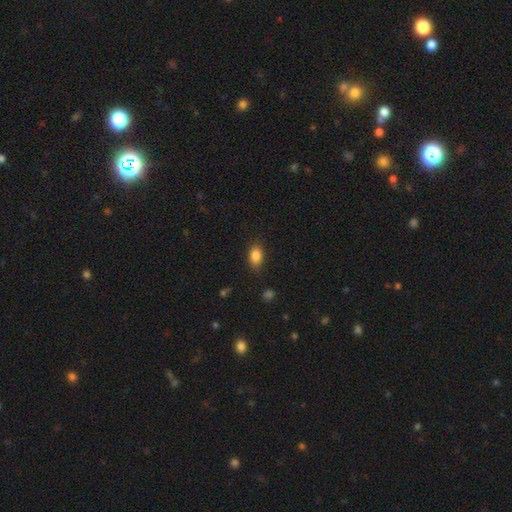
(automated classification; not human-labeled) This appears to be a smooth galaxy with no disk features (85%) that is in between round and cigar-shaped (85%). Merging: none (82%).